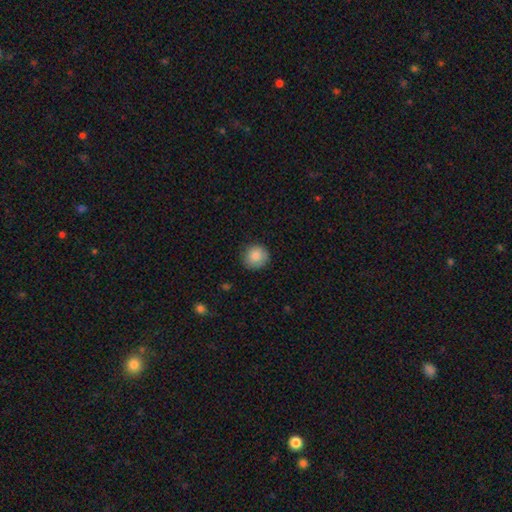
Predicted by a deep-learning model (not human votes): smooth-or-featured: smooth: 86% | star or artifact: 8% | featured or disk: 5%
  how-rounded: round: 91% | in between: 8% | cigar-shaped: 1%
  merging: none: 85% | minor disturbance: 12% | major disturbance: 2% | merger: 1%